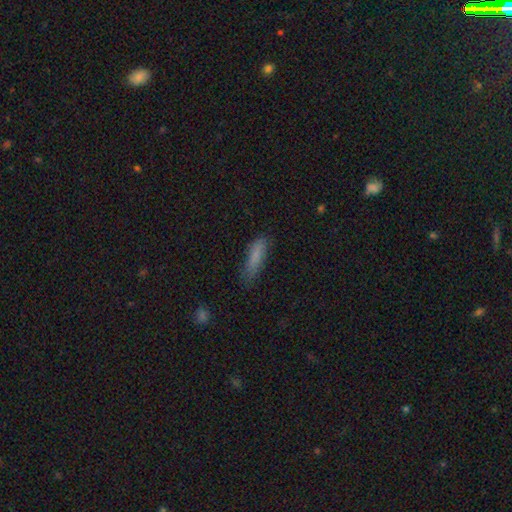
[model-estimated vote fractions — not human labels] Q: Smooth or featured?
A: smooth (82%); runner-up: featured or disk (11%)
Q: How rounded?
A: cigar-shaped (61%); runner-up: in between (37%)
Q: Merging?
A: none (72%); runner-up: minor disturbance (22%)